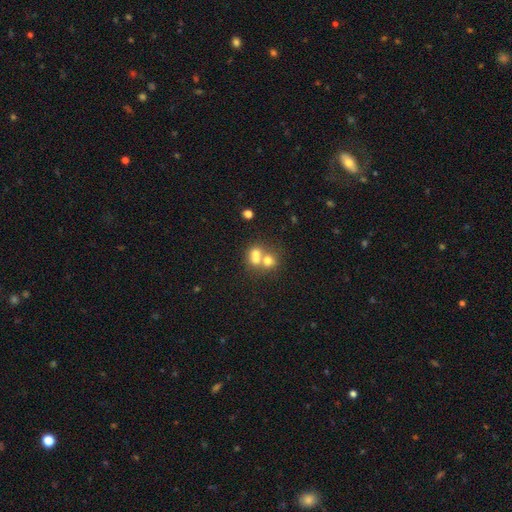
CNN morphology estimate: smooth-or-featured: smooth: 63% | featured or disk: 23% | star or artifact: 14%
  how-rounded: round: 67% | in between: 32% | cigar-shaped: 1%
  merging: merger: 65% | none: 26% | minor disturbance: 6% | major disturbance: 4%